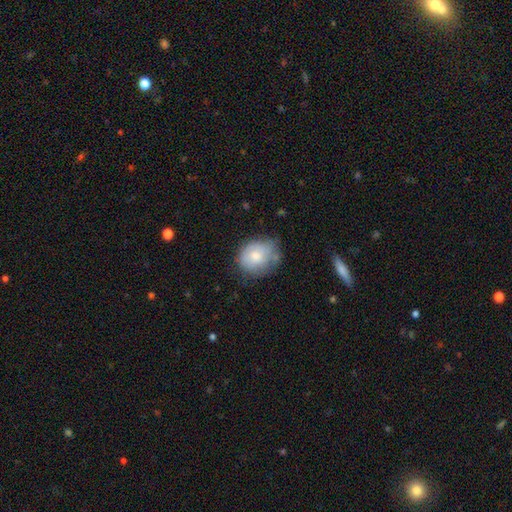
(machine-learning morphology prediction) Smooth or featured? Predicted: smooth (p=0.70). How rounded? Predicted: round (p=0.61). Merging? Predicted: none (p=0.51).